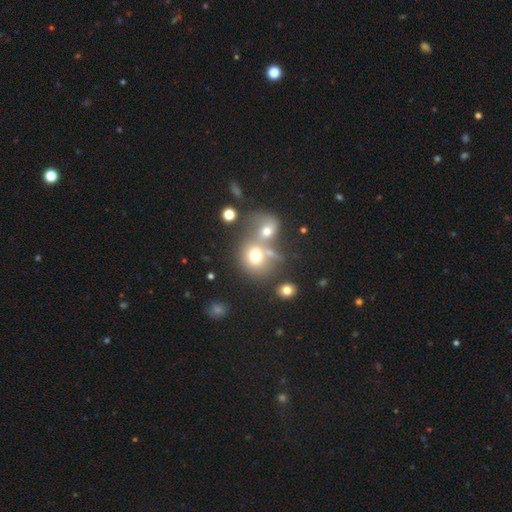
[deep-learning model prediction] Smooth or featured? Predicted: smooth (p=0.66). How rounded? Predicted: round (p=0.71). Merging? Predicted: merger (p=0.56).